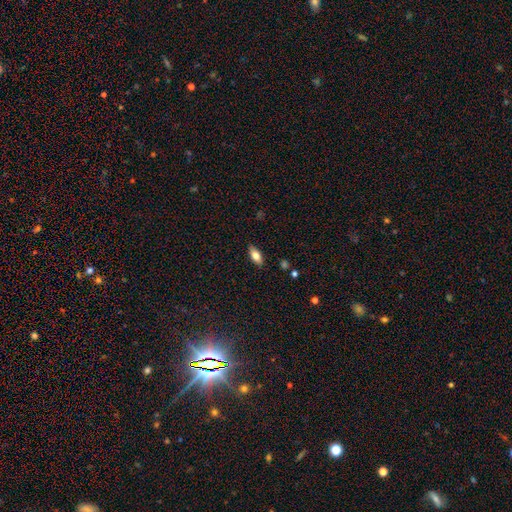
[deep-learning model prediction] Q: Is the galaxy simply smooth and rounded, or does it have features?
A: smooth — 74%.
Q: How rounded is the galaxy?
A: in between — 85%.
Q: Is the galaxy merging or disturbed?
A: none — 87%.